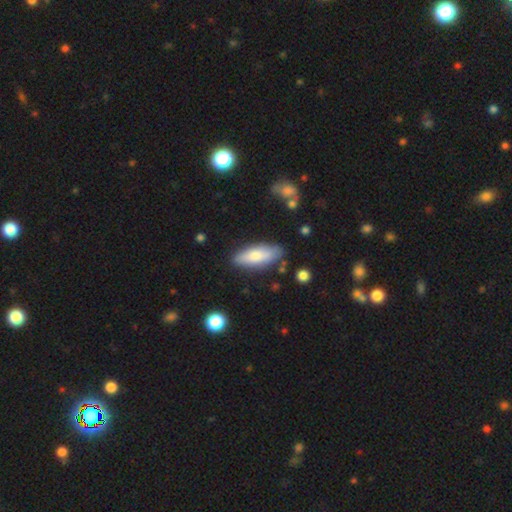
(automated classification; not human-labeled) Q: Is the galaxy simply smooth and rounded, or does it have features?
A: smooth — 70%.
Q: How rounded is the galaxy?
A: in between — 63%.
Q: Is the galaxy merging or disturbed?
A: none — 81%.